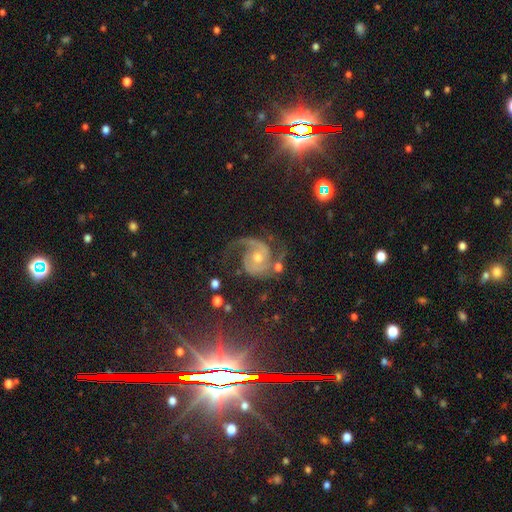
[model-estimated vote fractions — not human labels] Smooth or featured? Predicted: featured or disk (p=0.89). Edge-on disk? Predicted: no (p=0.98). Bar? Predicted: no (p=0.68). Spiral arms? Predicted: yes (p=0.98). Spiral winding? Predicted: medium (p=0.56). Spiral arm count? Predicted: 2 (p=0.86). Bulge size? Predicted: moderate (p=0.60). Merging? Predicted: none (p=0.62).